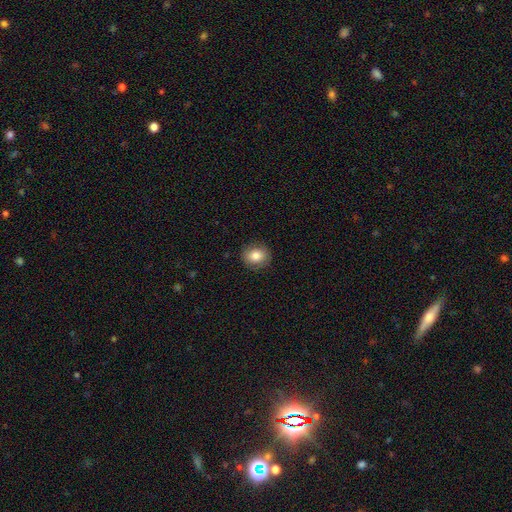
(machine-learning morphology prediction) smooth-or-featured: smooth: 82% | featured or disk: 9% | star or artifact: 9%
  how-rounded: round: 71% | in between: 28% | cigar-shaped: 1%
  merging: none: 88% | minor disturbance: 9% | major disturbance: 3% | merger: 1%